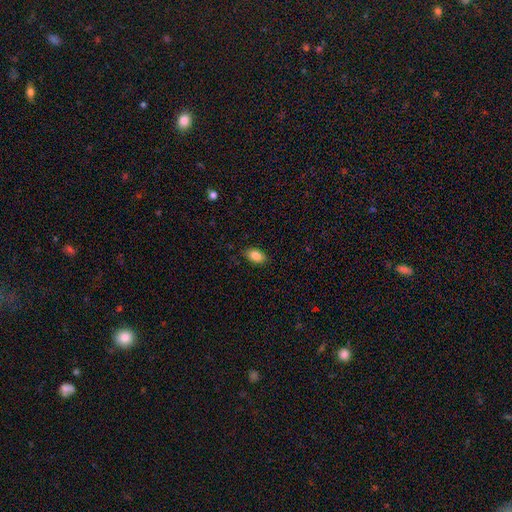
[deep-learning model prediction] Smooth or featured? smooth (86%)
How rounded? in between (90%)
Merging? none (86%)